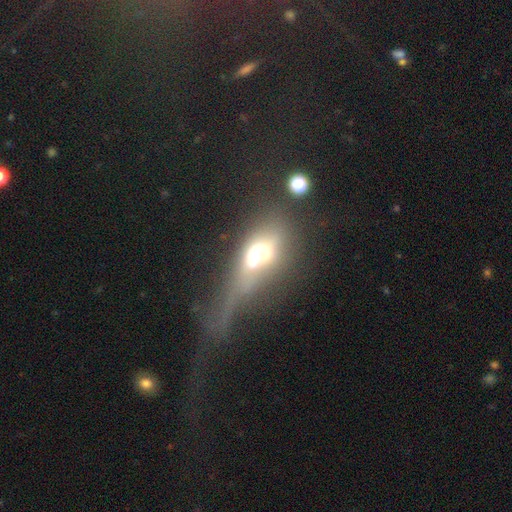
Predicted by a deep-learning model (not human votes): Morphology: type=smooth (44%); merging=merger (56%).